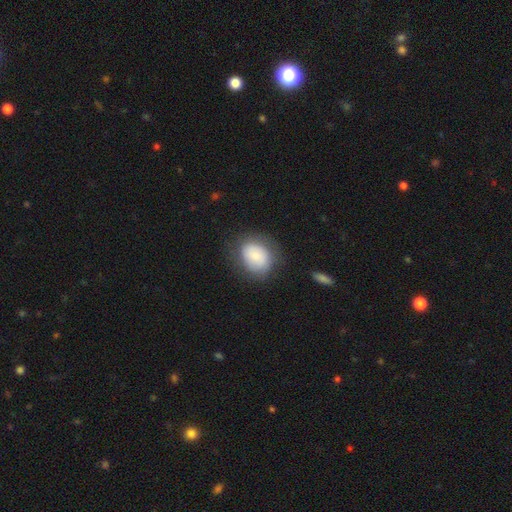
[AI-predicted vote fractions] Q: Smooth or featured?
A: smooth (77%); runner-up: featured or disk (15%)
Q: How rounded?
A: in between (53%); runner-up: round (46%)
Q: Merging?
A: none (71%); runner-up: minor disturbance (19%)